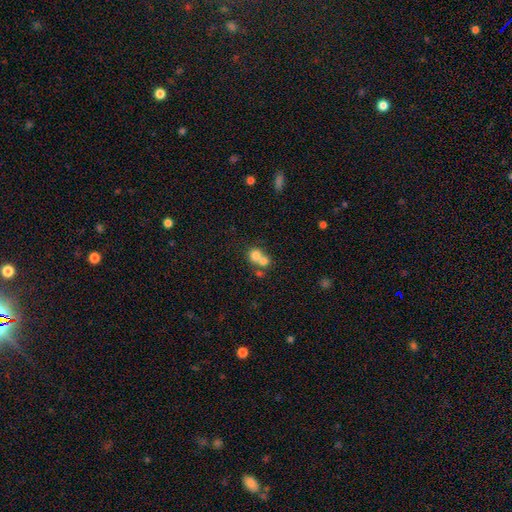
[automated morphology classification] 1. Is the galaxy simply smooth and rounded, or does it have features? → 72% smooth, 16% featured or disk, 12% star or artifact.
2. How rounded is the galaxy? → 80% round, 19% in between, 1% cigar-shaped.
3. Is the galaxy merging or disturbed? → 62% merger, 29% none, 5% minor disturbance, 3% major disturbance.